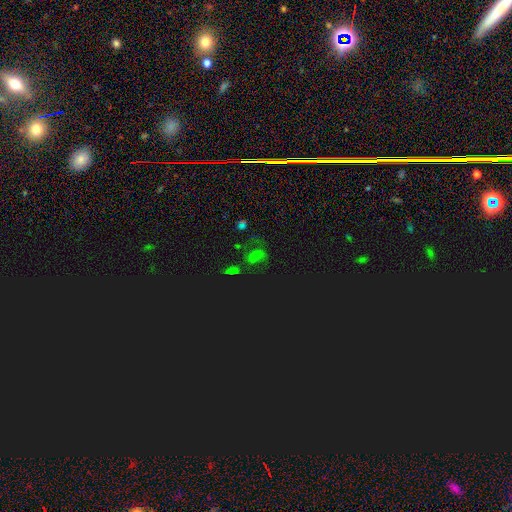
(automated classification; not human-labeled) Smooth or featured?
  - star or artifact: 51% *
  - smooth: 32%
  - featured or disk: 17%